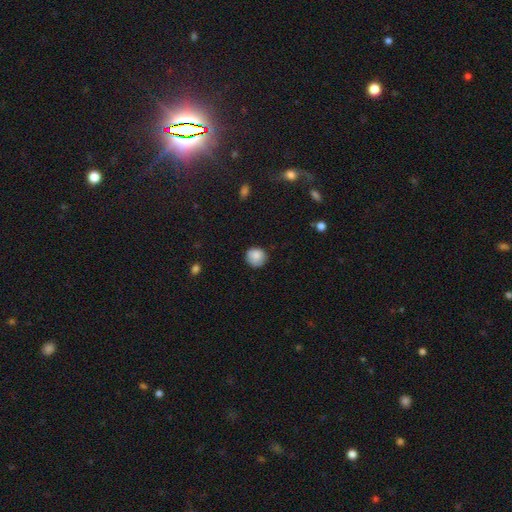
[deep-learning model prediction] smooth_or_featured: smooth (p=0.85) [alt: star or artifact p=0.08]
how_rounded: round (p=0.90) [alt: in between p=0.09]
merging: none (p=0.79) [alt: minor disturbance p=0.17]